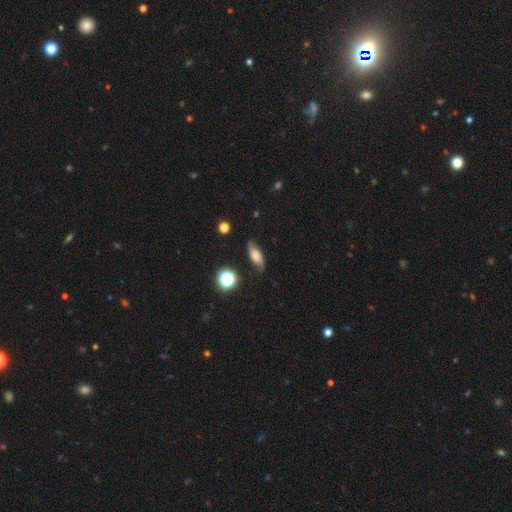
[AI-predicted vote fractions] Q: Smooth or featured?
A: smooth (56%); runner-up: featured or disk (32%)
Q: How rounded?
A: in between (65%); runner-up: cigar-shaped (27%)
Q: Merging?
A: none (75%); runner-up: minor disturbance (18%)